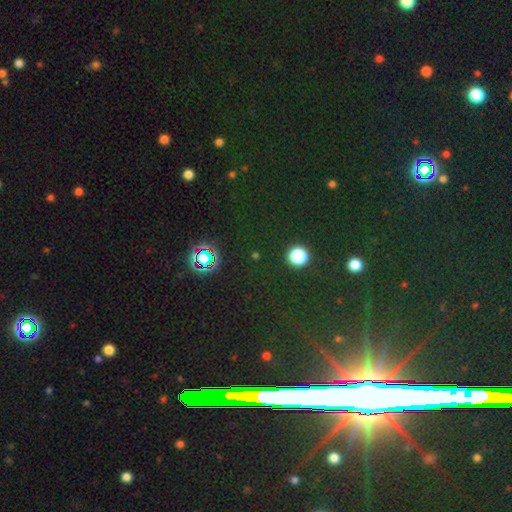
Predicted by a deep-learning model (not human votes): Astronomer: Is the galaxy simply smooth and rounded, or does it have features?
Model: star or artifact — 52% (runner-up: smooth, 42%).